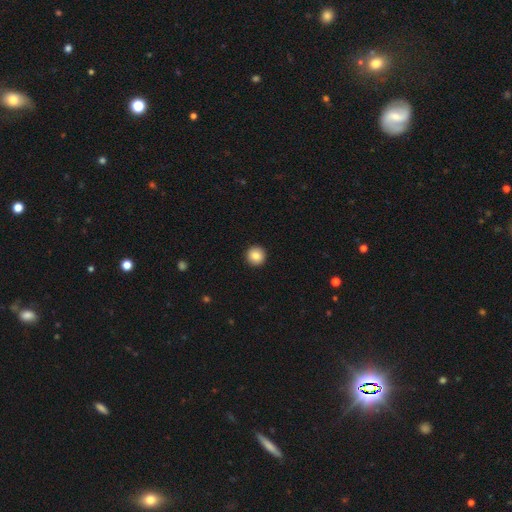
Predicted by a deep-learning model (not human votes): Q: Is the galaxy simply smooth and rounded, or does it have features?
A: smooth — 85%.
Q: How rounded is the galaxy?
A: round — 96%.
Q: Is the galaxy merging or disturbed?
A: none — 94%.